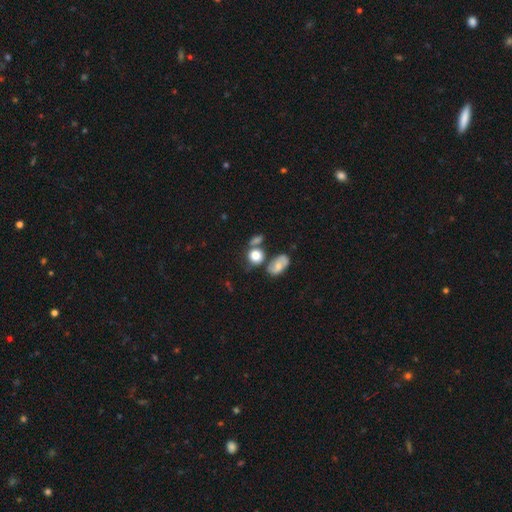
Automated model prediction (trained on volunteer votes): smooth 78%, featured or disk 11%, star or artifact 11%. Down the decision tree: how rounded — round (73%); merging — none (57%).